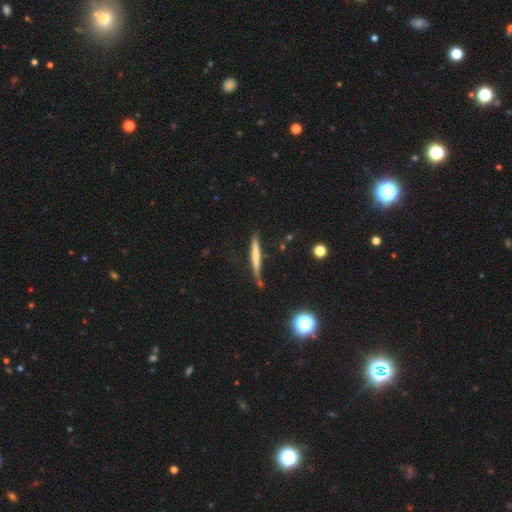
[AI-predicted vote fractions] Morphology: type=smooth (51%); roundness=cigar-shaped (94%); merging=none (71%).